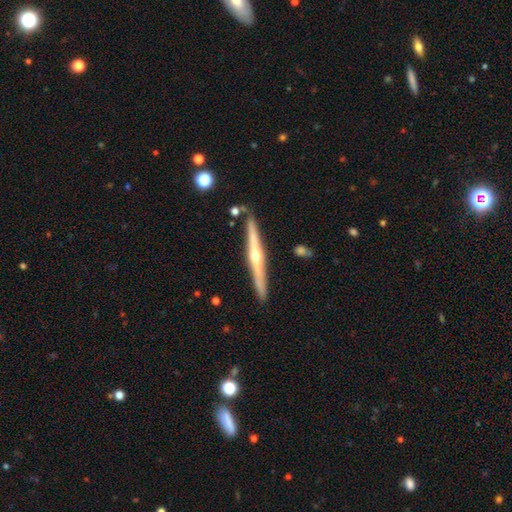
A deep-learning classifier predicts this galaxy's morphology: The model was most divided on "smooth or featured": featured or disk: 78%, smooth: 17%, star or artifact: 5%. More confident: edge-on disk — yes (98%); edge-on bulge — rounded (91%); merging — none (88%).